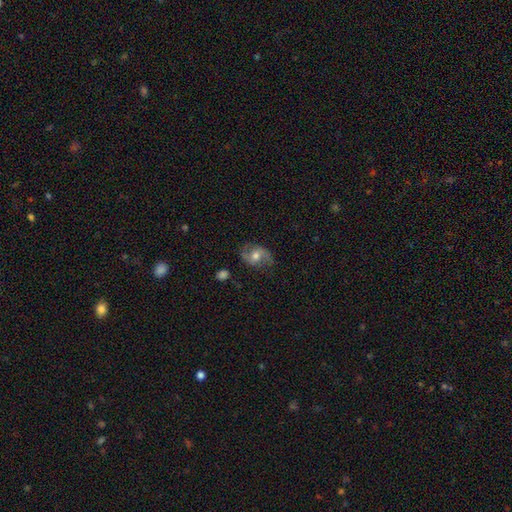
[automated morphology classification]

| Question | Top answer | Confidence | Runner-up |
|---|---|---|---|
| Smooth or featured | featured or disk | 67% | smooth (26%) |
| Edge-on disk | no | 96% | yes (4%) |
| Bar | no | 55% | weak (35%) |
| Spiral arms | yes | 88% | no (12%) |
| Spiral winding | loose | 49% | medium (38%) |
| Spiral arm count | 2 | 89% | can't tell (5%) |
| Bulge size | moderate | 71% | small (19%) |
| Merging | none | 72% | minor disturbance (19%) |